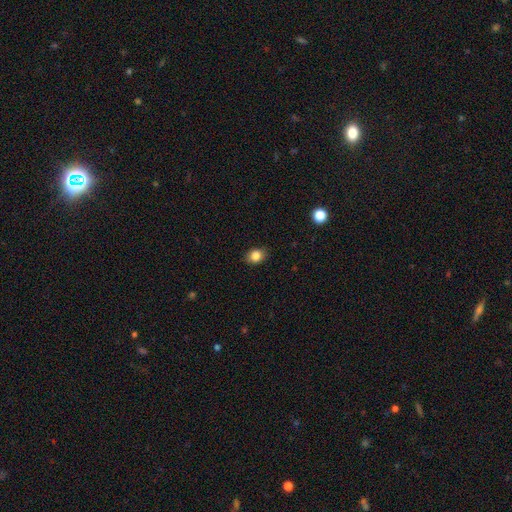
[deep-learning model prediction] smooth_or_featured: smooth (p=0.84) [alt: star or artifact p=0.10]
how_rounded: in between (p=0.57) [alt: round p=0.42]
merging: none (p=0.86) [alt: minor disturbance p=0.11]